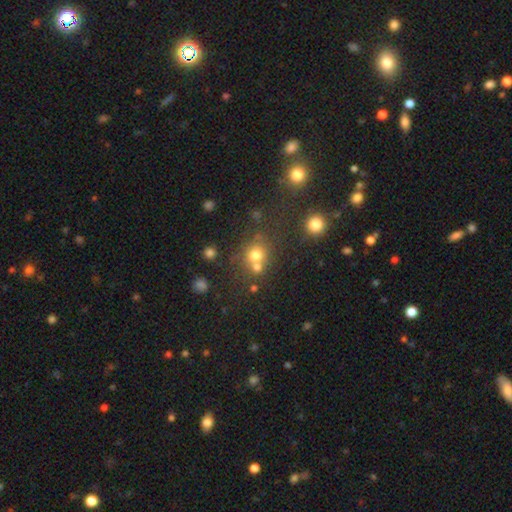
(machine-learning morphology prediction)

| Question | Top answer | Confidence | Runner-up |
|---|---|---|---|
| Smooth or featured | smooth | 71% | star or artifact (19%) |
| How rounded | round | 85% | in between (14%) |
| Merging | none | 57% | merger (31%) |